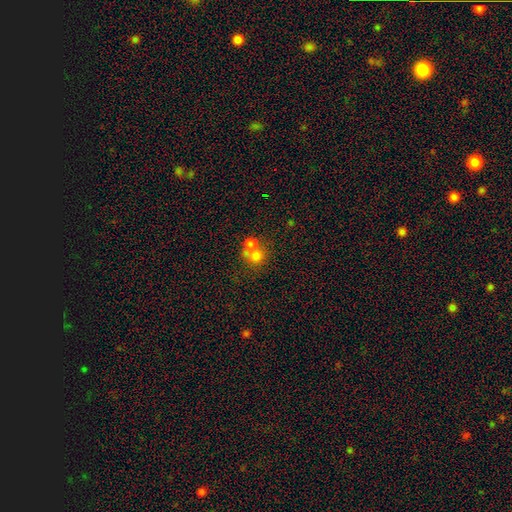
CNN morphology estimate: Smooth or featured: smooth — 71% (featured or disk — 16%)
How rounded: round — 82% (in between — 17%)
Merging: merger — 55% (none — 35%)